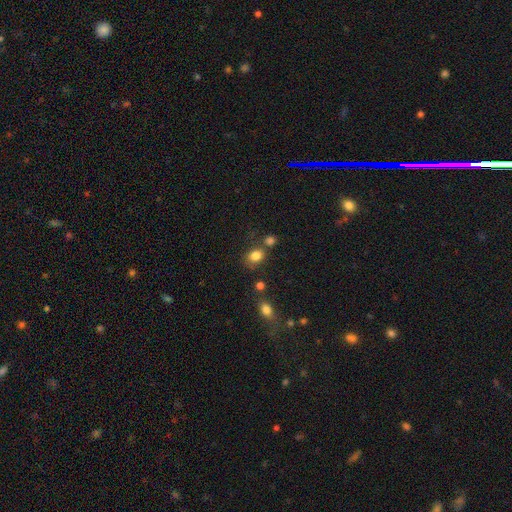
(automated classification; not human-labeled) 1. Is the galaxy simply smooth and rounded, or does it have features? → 82% smooth, 11% star or artifact, 7% featured or disk.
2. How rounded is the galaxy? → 57% in between, 42% round, 1% cigar-shaped.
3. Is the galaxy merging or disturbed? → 64% none, 15% merger, 15% minor disturbance, 6% major disturbance.